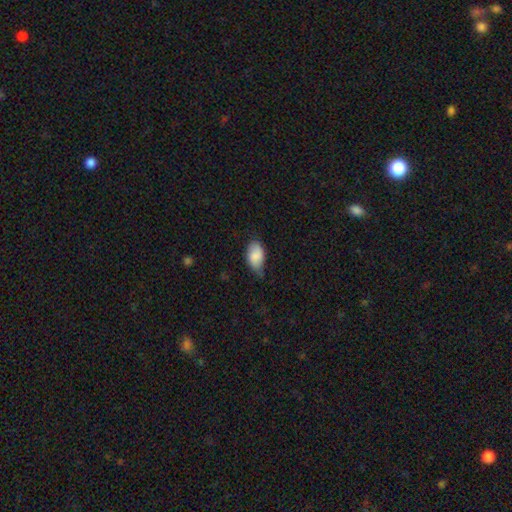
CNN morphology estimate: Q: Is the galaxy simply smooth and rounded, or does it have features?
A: smooth — 82%.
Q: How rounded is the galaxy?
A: in between — 92%.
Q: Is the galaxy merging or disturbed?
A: none — 46%.